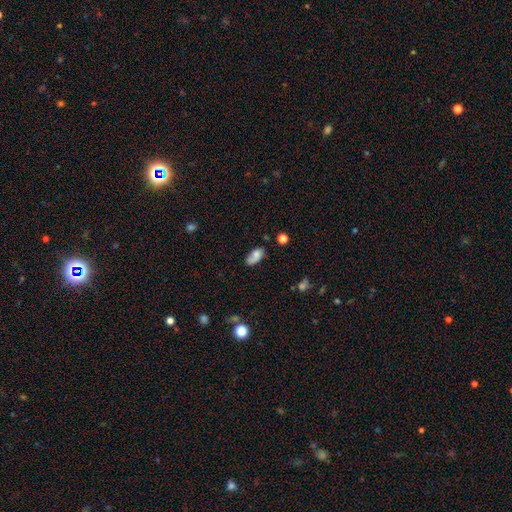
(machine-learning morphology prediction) smooth-or-featured: smooth: 73% | featured or disk: 17% | star or artifact: 9%
  how-rounded: in between: 89% | round: 6% | cigar-shaped: 5%
  merging: none: 49% | minor disturbance: 29% | major disturbance: 13% | merger: 8%